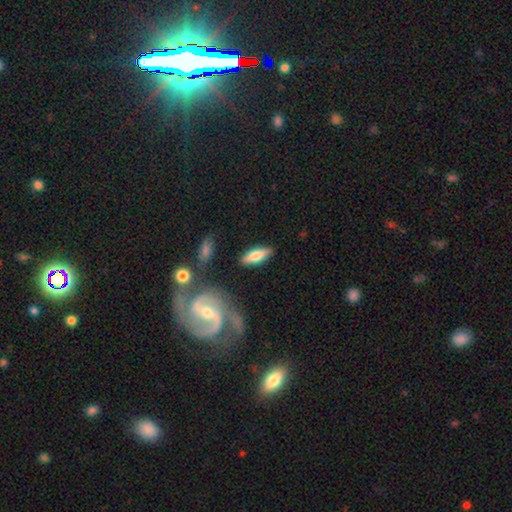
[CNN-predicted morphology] smooth 66%, featured or disk 28%, star or artifact 6%. Down the decision tree: how rounded — in between (57%); merging — none (83%).